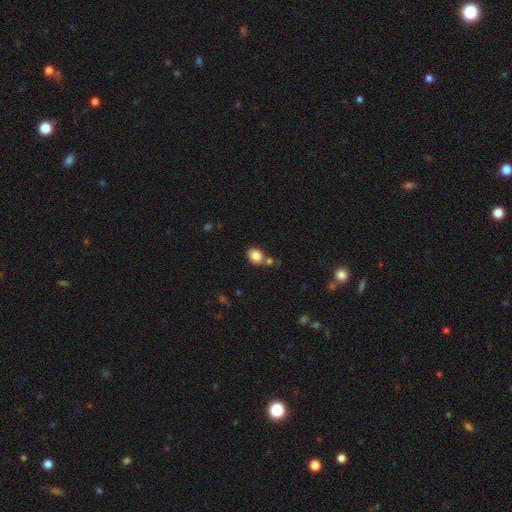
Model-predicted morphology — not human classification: Smooth or featured?
  - smooth: 83% *
  - star or artifact: 9%
  - featured or disk: 7%
How rounded?
  - in between: 52% *
  - round: 47%
  - cigar-shaped: 1%
Merging?
  - none: 68% *
  - merger: 16%
  - minor disturbance: 13%
  - major disturbance: 3%